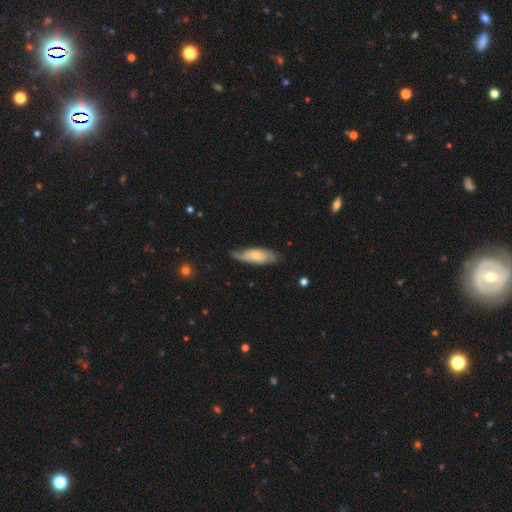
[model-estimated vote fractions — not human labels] smooth_or_featured: smooth (p=0.51) [alt: featured or disk p=0.43]
how_rounded: in between (p=0.61) [alt: cigar-shaped p=0.37]
merging: none (p=0.62) [alt: minor disturbance p=0.28]